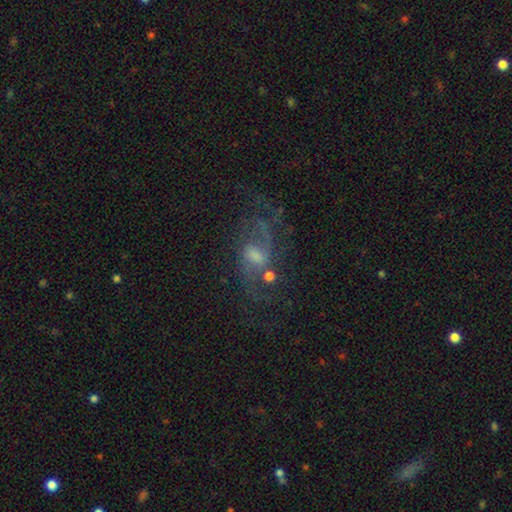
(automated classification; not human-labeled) featured or disk 71%, smooth 16%, star or artifact 13%. Down the decision tree: edge-on disk — no (96%); bar — weak (52%); spiral arms — yes (85%); spiral arm count — 2 (73%); spiral winding — loose (48%); bulge size — moderate (42%); merging — none (48%).